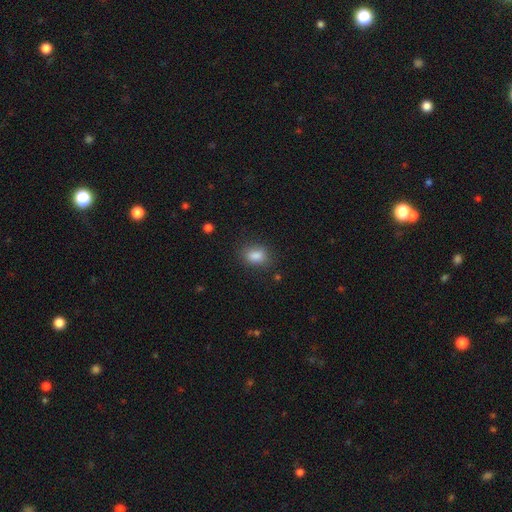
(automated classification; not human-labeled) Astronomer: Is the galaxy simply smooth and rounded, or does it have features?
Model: smooth — 85%.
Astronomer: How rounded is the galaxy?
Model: in between — 69%.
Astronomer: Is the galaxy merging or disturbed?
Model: none — 78%.